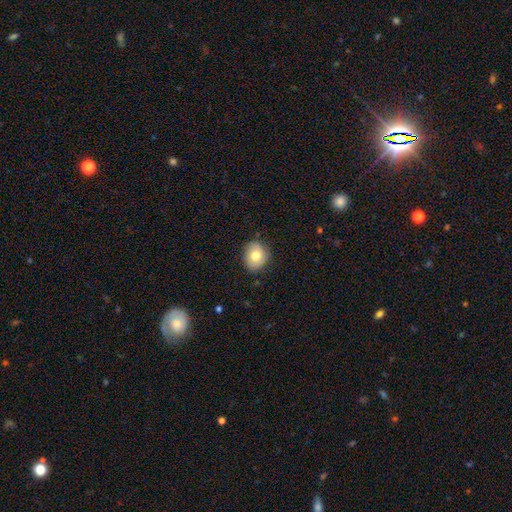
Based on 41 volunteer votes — A smooth galaxy with no disk features (68%) that is round (71%).

Vote fractions:
- Smooth or featured? smooth: 68% / featured or disk: 20% / star or artifact: 12%
- How rounded? round: 71% / in between: 29% / cigar-shaped: 0%
- Merging? none: 89% / minor disturbance: 11% / major disturbance: 0% / merger: 0%